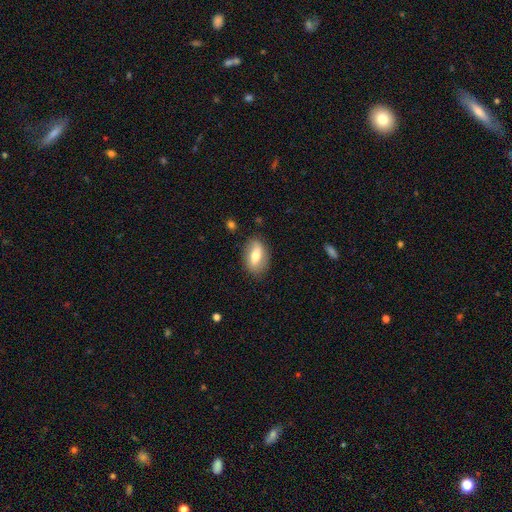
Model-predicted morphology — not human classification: type=smooth (58%); roundness=in between (82%); merging=none (83%).